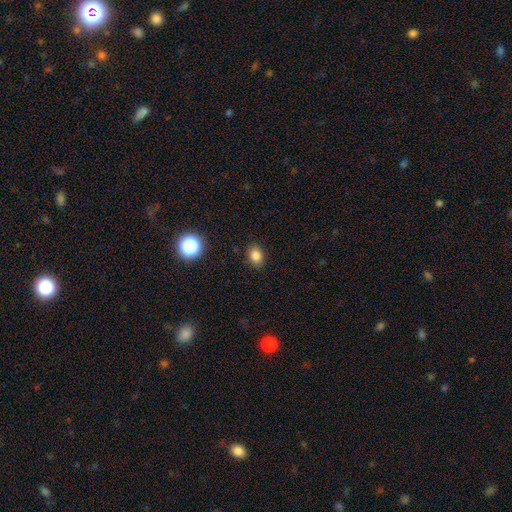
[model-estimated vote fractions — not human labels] Q: Smooth or featured?
A: smooth (82%); runner-up: star or artifact (13%)
Q: How rounded?
A: in between (62%); runner-up: round (37%)
Q: Merging?
A: none (87%); runner-up: minor disturbance (9%)